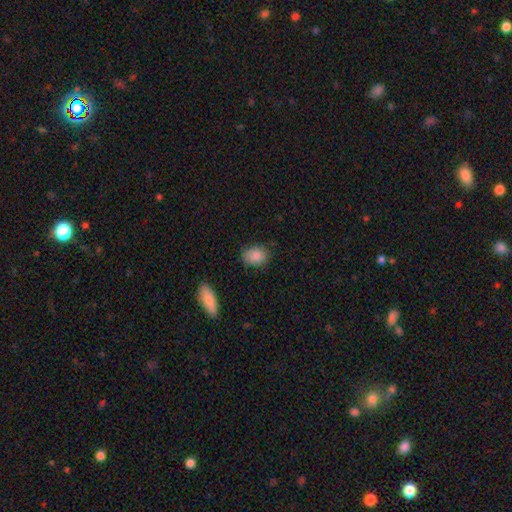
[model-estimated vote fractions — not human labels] A smooth galaxy with no disk features (85%) that is in between round and cigar-shaped (59%). Merging: none (76%).